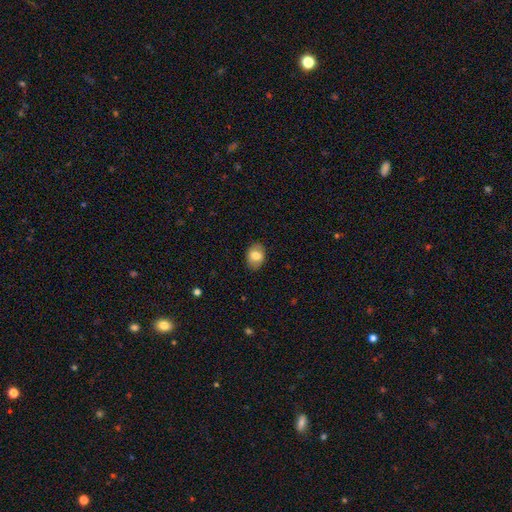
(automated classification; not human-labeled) A smooth galaxy with no disk features (75%) that is in between round and cigar-shaped (74%). Merging: none (85%).